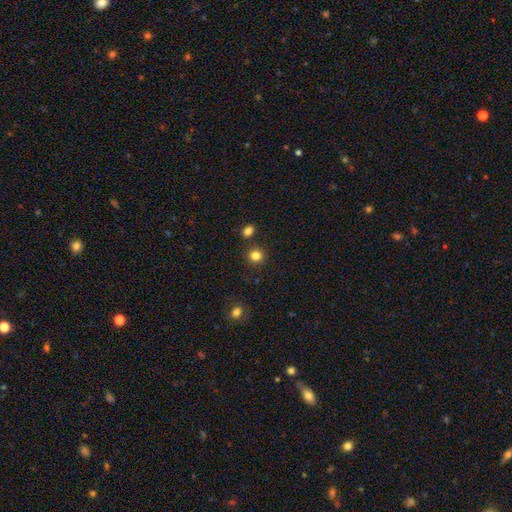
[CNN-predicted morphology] A smooth galaxy with no disk features (83%) that is round (86%).

Vote fractions:
- Smooth or featured? smooth: 83% / star or artifact: 13% / featured or disk: 5%
- How rounded? round: 86% / in between: 13% / cigar-shaped: 1%
- Merging? none: 84% / minor disturbance: 7% / merger: 7% / major disturbance: 2%